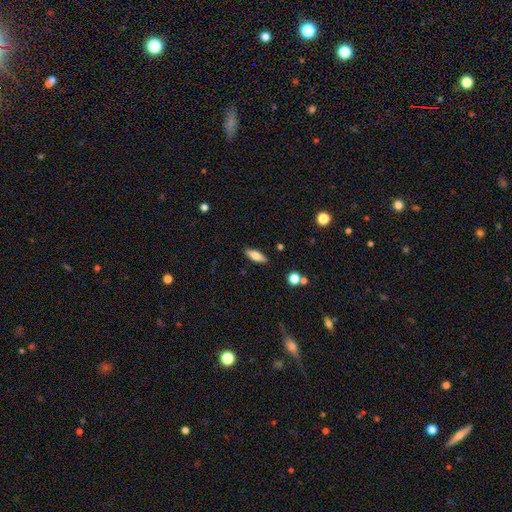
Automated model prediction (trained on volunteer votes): The model was most divided on "how rounded": in between: 59%, cigar-shaped: 39%, round: 3%. More confident: merging — none (86%); smooth or featured — smooth (70%).